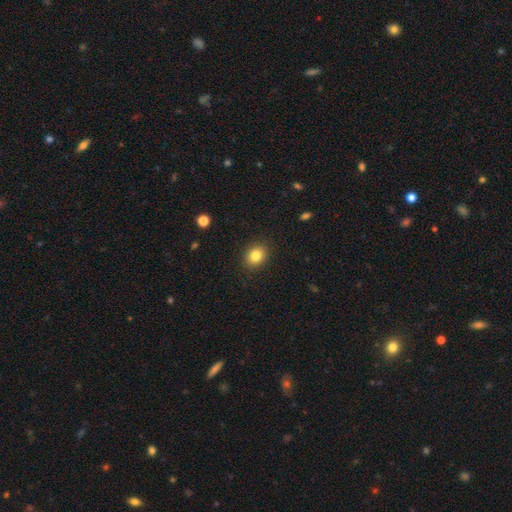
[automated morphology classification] The model was most divided on "how rounded": round: 53%, in between: 46%, cigar-shaped: 1%. More confident: merging — none (90%); smooth or featured — smooth (84%).